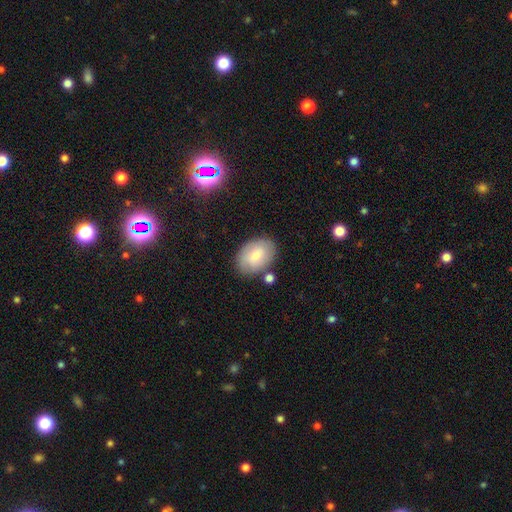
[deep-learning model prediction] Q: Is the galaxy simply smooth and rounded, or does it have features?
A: smooth — 69%.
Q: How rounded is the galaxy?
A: in between — 81%.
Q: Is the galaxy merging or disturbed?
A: none — 75%.